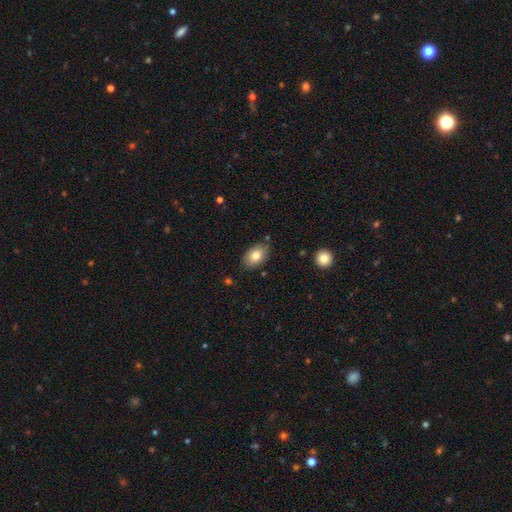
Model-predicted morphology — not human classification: Q: Smooth or featured?
A: smooth (80%); runner-up: featured or disk (13%)
Q: How rounded?
A: in between (88%); runner-up: round (10%)
Q: Merging?
A: none (82%); runner-up: minor disturbance (13%)